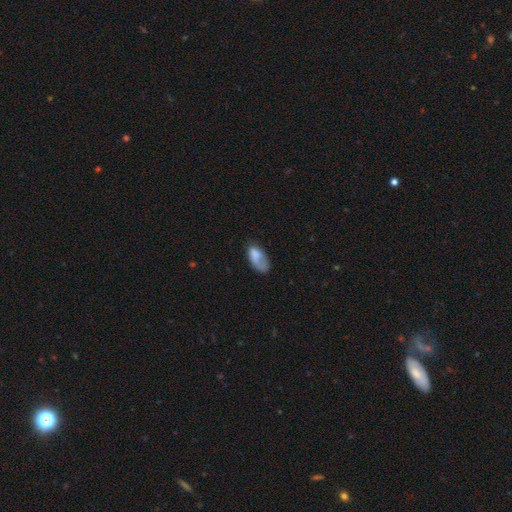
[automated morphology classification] A smooth galaxy with no disk features (73%) that is in between round and cigar-shaped (93%).

Vote fractions:
- Smooth or featured? smooth: 73% / featured or disk: 19% / star or artifact: 8%
- How rounded? in between: 93% / round: 4% / cigar-shaped: 3%
- Merging? none: 41% / minor disturbance: 30% / major disturbance: 24% / merger: 5%